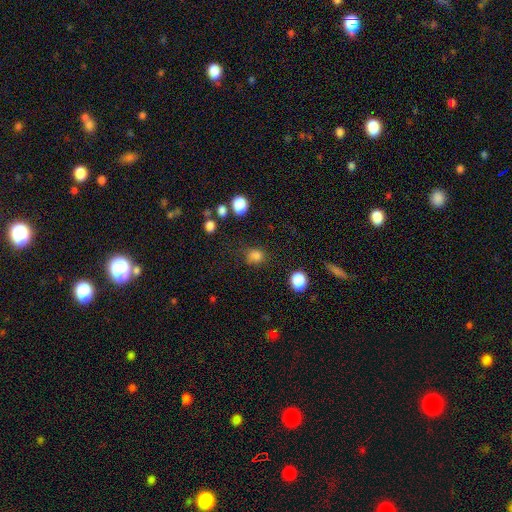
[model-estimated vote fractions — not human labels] This appears to be a smooth galaxy with no disk features (80%) that is round (65%). Merging: none (65%).